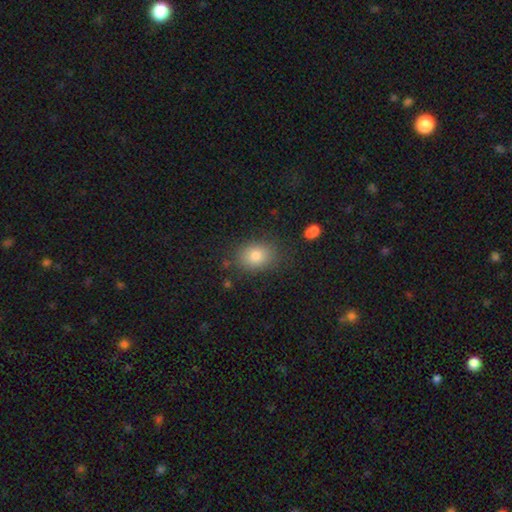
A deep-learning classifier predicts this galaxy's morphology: Smooth or featured: smooth — 81% (star or artifact — 11%)
How rounded: in between — 59% (round — 40%)
Merging: none — 81% (minor disturbance — 12%)